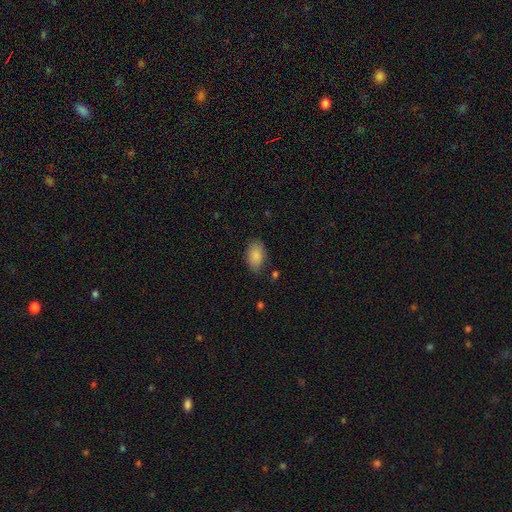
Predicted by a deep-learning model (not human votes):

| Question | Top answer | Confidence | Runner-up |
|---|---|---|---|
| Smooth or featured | smooth | 87% | star or artifact (7%) |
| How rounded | in between | 92% | round (6%) |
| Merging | none | 79% | minor disturbance (16%) |